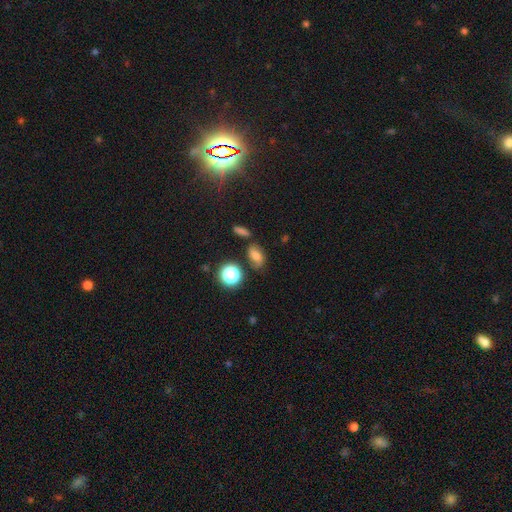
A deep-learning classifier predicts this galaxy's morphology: smooth_or_featured: smooth (p=0.54) [alt: featured or disk p=0.27]
how_rounded: in between (p=0.70) [alt: round p=0.26]
merging: none (p=0.70) [alt: minor disturbance p=0.17]